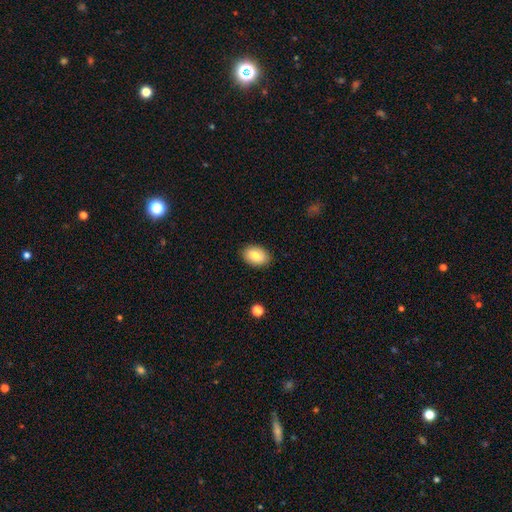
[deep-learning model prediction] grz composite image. It shows a smooth galaxy with no disk features (78%) that is in between round and cigar-shaped (86%). Merging: none (87%).